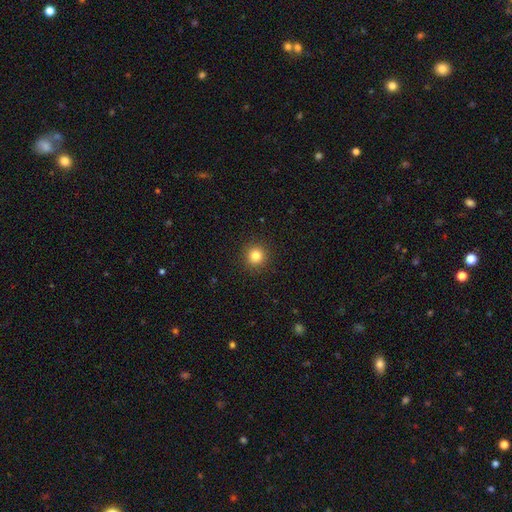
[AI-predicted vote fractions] Q: Smooth or featured?
A: smooth (82%); runner-up: star or artifact (12%)
Q: How rounded?
A: round (94%); runner-up: in between (5%)
Q: Merging?
A: none (92%); runner-up: minor disturbance (5%)